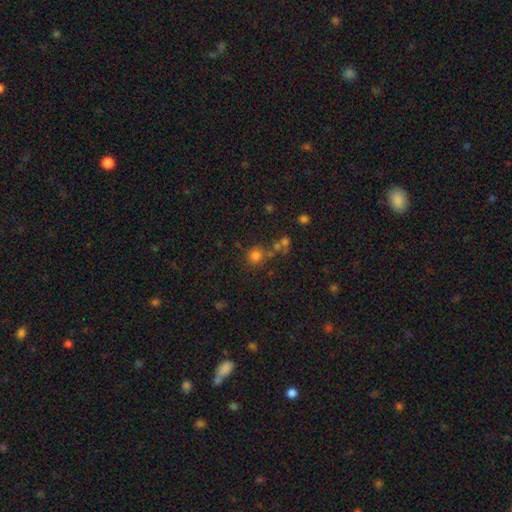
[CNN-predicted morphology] smooth 76%, star or artifact 16%, featured or disk 8%. Down the decision tree: how rounded — round (88%); merging — none (65%).